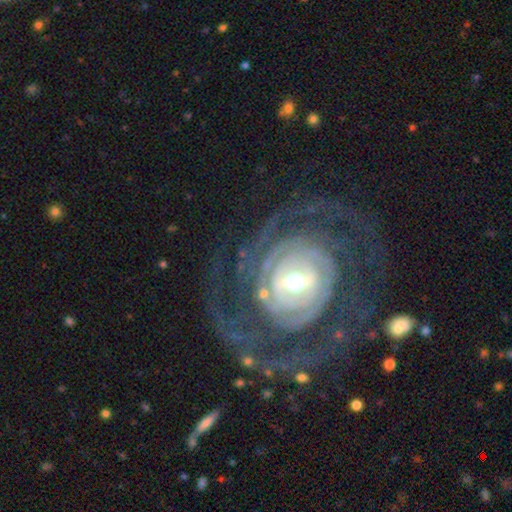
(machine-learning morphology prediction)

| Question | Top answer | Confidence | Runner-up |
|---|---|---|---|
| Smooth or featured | featured or disk | 86% | smooth (8%) |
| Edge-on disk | no | 97% | yes (3%) |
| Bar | no | 46% | weak (32%) |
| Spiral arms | yes | 91% | no (9%) |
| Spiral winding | tight | 69% | medium (24%) |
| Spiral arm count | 2 | 35% | can't tell (28%) |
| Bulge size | moderate | 47% | small (42%) |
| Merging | none | 72% | major disturbance (14%) |